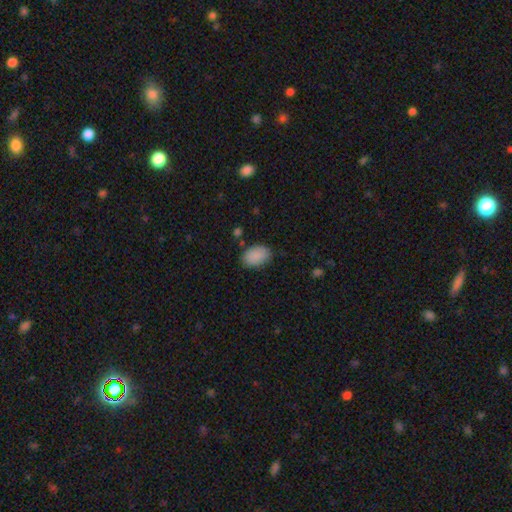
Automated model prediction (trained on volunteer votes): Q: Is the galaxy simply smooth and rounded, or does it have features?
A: smooth — 89%.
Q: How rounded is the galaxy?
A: in between — 87%.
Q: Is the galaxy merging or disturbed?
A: none — 83%.